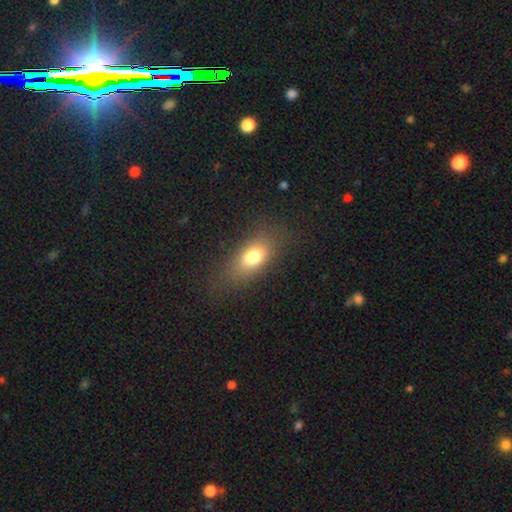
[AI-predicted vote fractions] smooth-or-featured: smooth: 75% | featured or disk: 15% | star or artifact: 10%
  how-rounded: in between: 82% | round: 10% | cigar-shaped: 8%
  merging: none: 76% | minor disturbance: 14% | major disturbance: 8% | merger: 1%